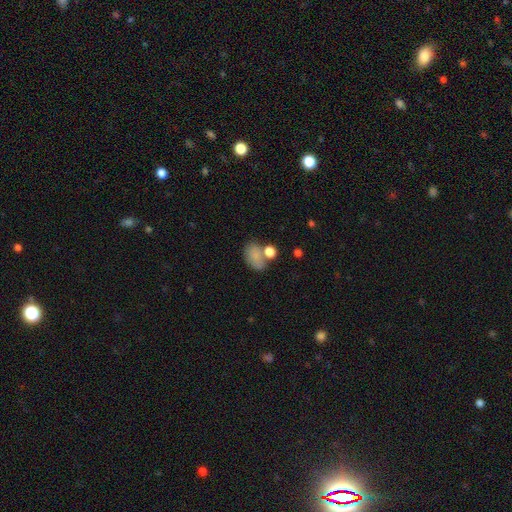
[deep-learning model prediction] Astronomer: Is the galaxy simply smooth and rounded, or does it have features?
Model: smooth — 79%.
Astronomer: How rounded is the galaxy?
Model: in between — 79%.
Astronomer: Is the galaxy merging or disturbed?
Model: none — 47% (runner-up: merger, 25%).